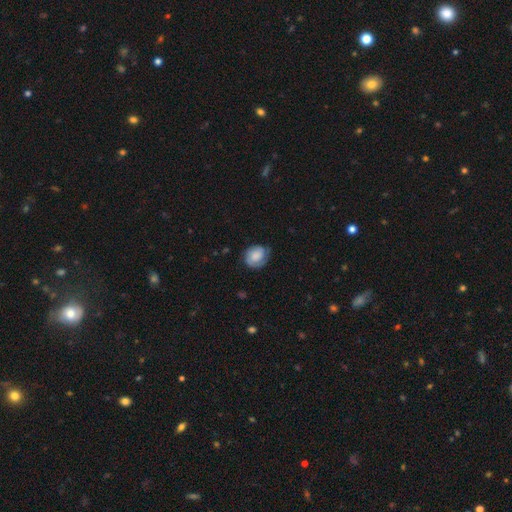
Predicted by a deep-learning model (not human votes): smooth 47%, featured or disk 45%, star or artifact 8%. Down the decision tree: merging — none (66%).